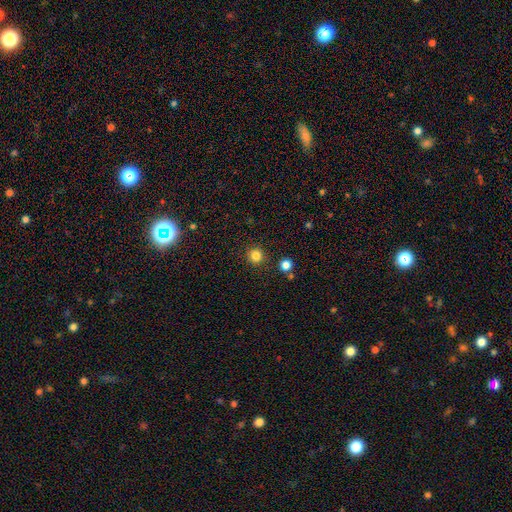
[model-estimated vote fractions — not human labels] Morphology: type=smooth (83%); roundness=round (94%); merging=none (90%).